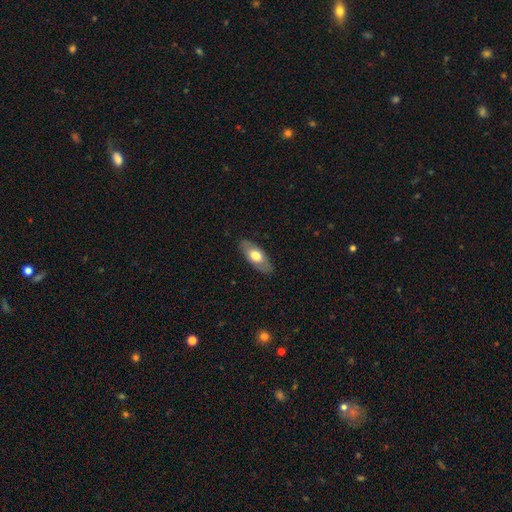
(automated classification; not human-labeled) A smooth galaxy with no disk features (62%) that is in between round and cigar-shaped (86%).

Vote fractions:
- Smooth or featured? smooth: 62% / featured or disk: 33% / star or artifact: 5%
- How rounded? in between: 86% / cigar-shaped: 11% / round: 3%
- Merging? none: 85% / minor disturbance: 11% / major disturbance: 3% / merger: 1%